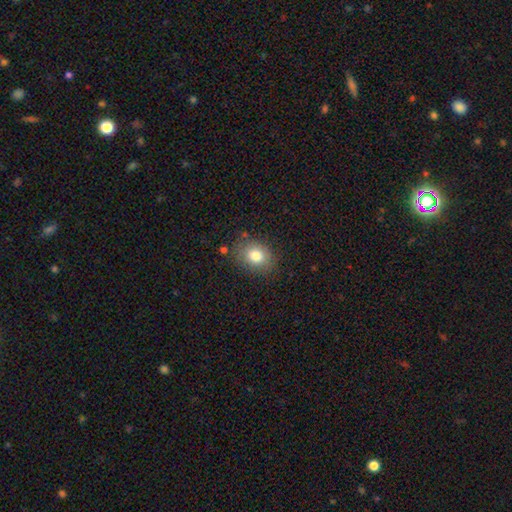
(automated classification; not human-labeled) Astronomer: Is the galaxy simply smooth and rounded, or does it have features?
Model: smooth — 80%.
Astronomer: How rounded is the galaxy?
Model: in between — 57% (runner-up: round, 42%).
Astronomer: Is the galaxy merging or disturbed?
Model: none — 81%.